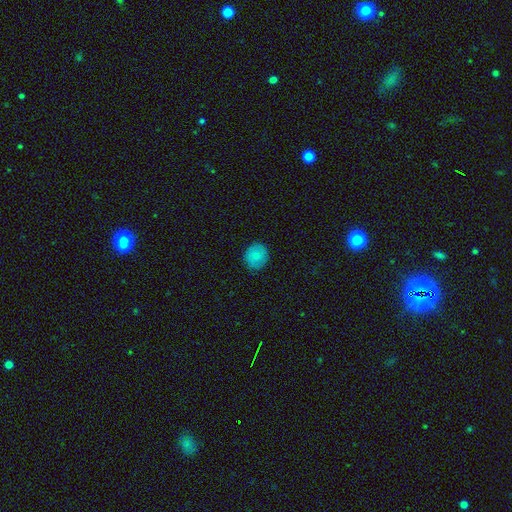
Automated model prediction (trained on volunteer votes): smooth-or-featured: smooth: 82% | featured or disk: 9% | star or artifact: 9%
  how-rounded: round: 80% | in between: 19% | cigar-shaped: 1%
  merging: none: 87% | minor disturbance: 10% | major disturbance: 2% | merger: 1%